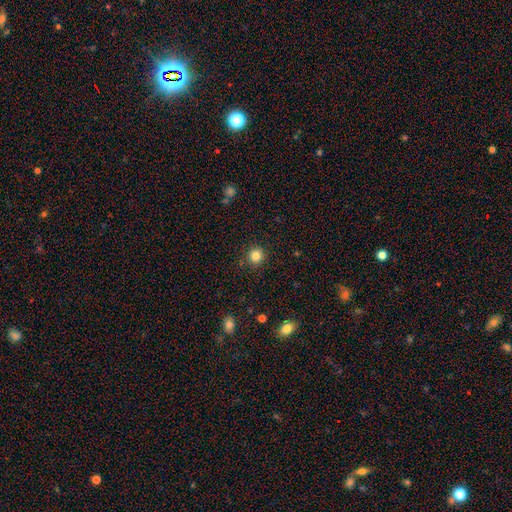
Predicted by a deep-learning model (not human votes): smooth-or-featured: smooth: 83% | star or artifact: 12% | featured or disk: 5%
  how-rounded: round: 93% | in between: 6% | cigar-shaped: 1%
  merging: none: 91% | minor disturbance: 6% | major disturbance: 2% | merger: 1%